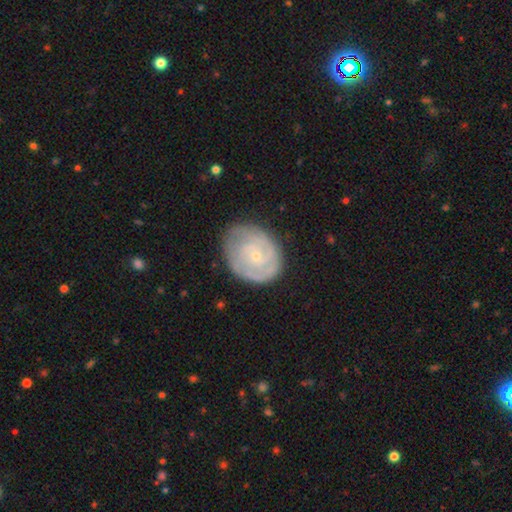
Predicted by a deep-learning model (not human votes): Overall: featured or disk (71%). Edge-on disk: no (97%). Bar: no (77%). Spiral arms: yes (85%). Spiral arm count: can't tell (41%; 2 31%). Spiral winding: tight (73%). Bulge size: small (80%). Merging: none (71%).